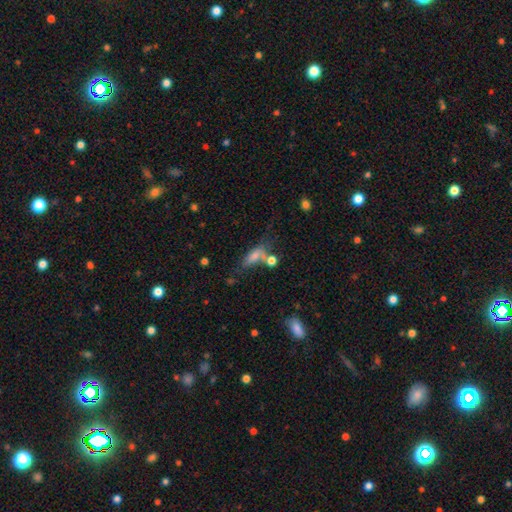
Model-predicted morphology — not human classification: Smooth or featured? Predicted: smooth (p=0.70). How rounded? Predicted: in between (p=0.70). Merging? Predicted: none (p=0.34).